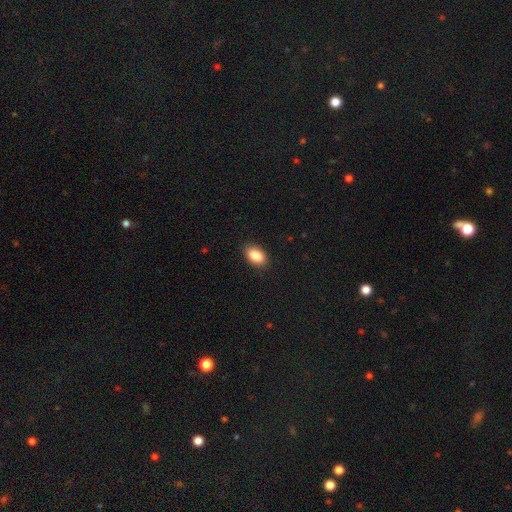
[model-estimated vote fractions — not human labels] A smooth galaxy with no disk features (88%) that is in between round and cigar-shaped (91%). Merging: none (88%).